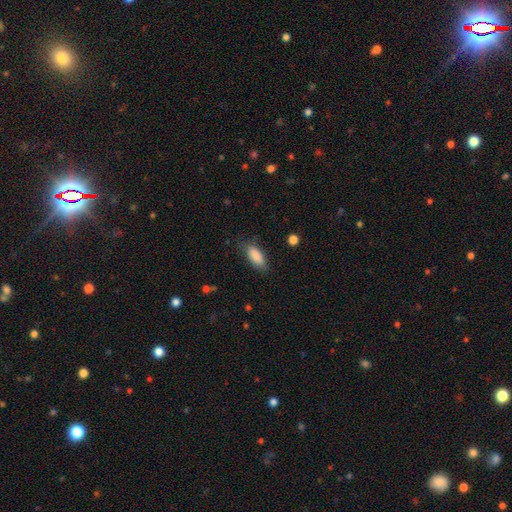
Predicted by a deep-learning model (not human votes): Smooth or featured? Predicted: smooth (p=0.87). How rounded? Predicted: in between (p=0.83). Merging? Predicted: none (p=0.76).